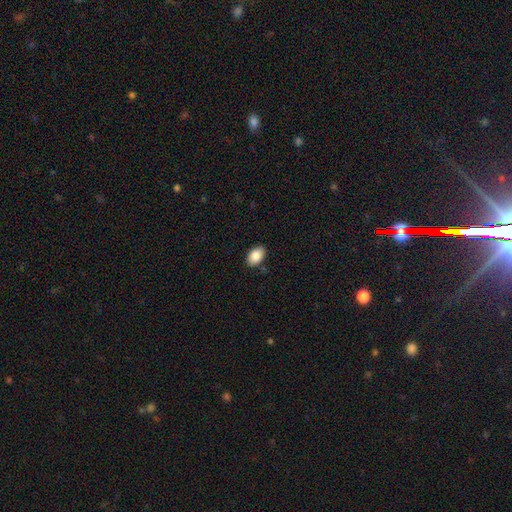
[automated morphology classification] Smooth or featured: smooth — 87% (star or artifact — 7%)
How rounded: in between — 91% (round — 8%)
Merging: none — 87% (minor disturbance — 10%)